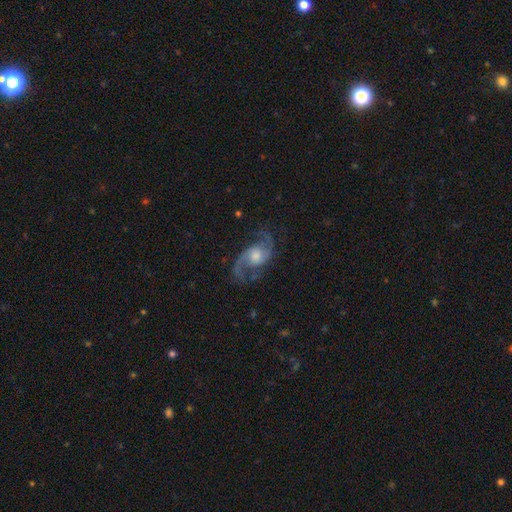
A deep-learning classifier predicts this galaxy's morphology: Q: Smooth or featured?
A: featured or disk (89%); runner-up: smooth (6%)
Q: Edge-on disk?
A: no (97%); runner-up: yes (3%)
Q: Bar?
A: no (62%); runner-up: weak (32%)
Q: Spiral arms?
A: yes (97%); runner-up: no (3%)
Q: Spiral winding?
A: medium (48%); runner-up: loose (42%)
Q: Spiral arm count?
A: 2 (91%); runner-up: 3 (3%)
Q: Bulge size?
A: moderate (53%); runner-up: small (25%)
Q: Merging?
A: none (73%); runner-up: minor disturbance (15%)